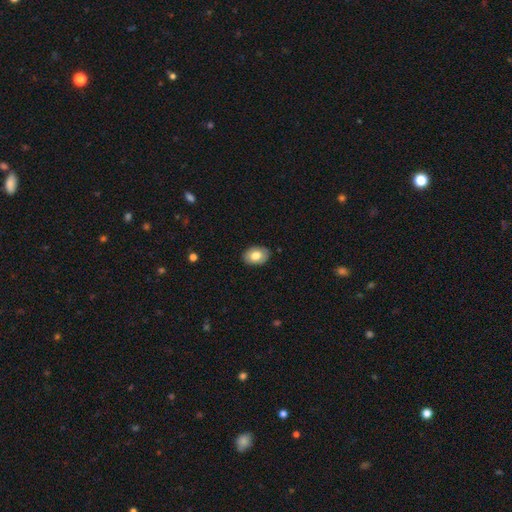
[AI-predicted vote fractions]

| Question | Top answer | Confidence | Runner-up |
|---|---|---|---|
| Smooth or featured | smooth | 75% | featured or disk (18%) |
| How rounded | in between | 80% | round (19%) |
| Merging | none | 87% | minor disturbance (10%) |